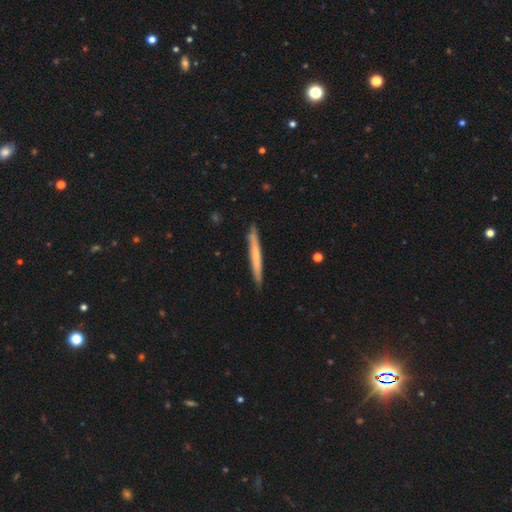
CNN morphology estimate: Overall: smooth (57%; featured or disk 37%). How rounded: cigar-shaped (97%). Merging: none (90%).